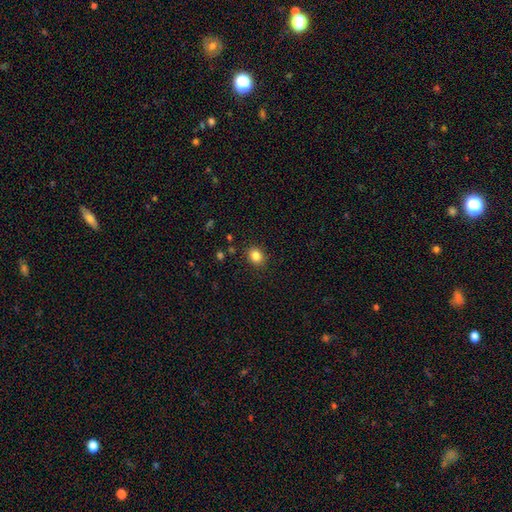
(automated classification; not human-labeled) A smooth galaxy with no disk features (84%) that is round (60%).

Vote fractions:
- Smooth or featured? smooth: 84% / star or artifact: 11% / featured or disk: 5%
- How rounded? round: 60% / in between: 39% / cigar-shaped: 1%
- Merging? none: 88% / minor disturbance: 8% / major disturbance: 2% / merger: 1%